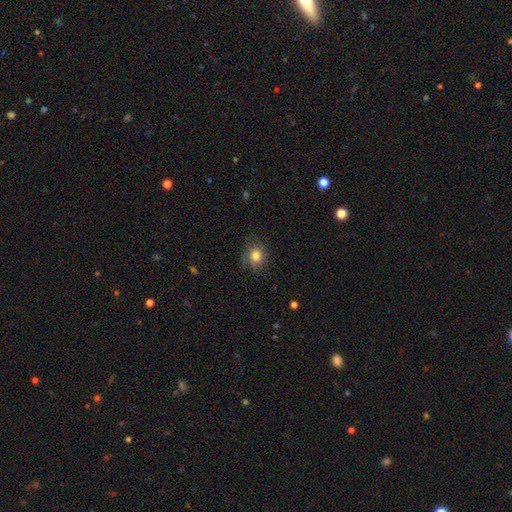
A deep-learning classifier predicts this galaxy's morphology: This is clearly a smooth galaxy (82%). How rounded: likely round (70%). Merging: likely none (74%).